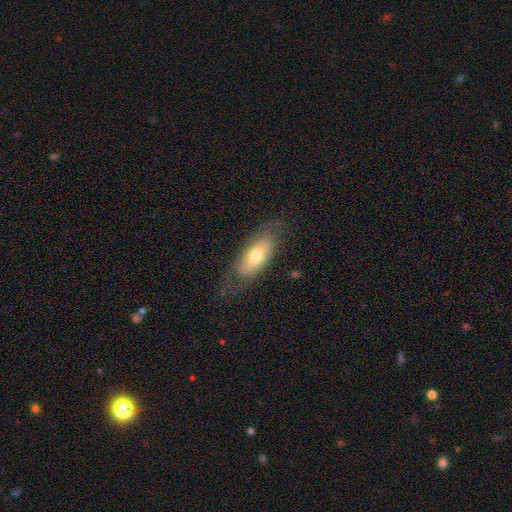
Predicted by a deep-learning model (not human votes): The model was most divided on "smooth or featured": smooth: 59%, featured or disk: 34%, star or artifact: 7%. More confident: how rounded — in between (81%); merging — none (66%).